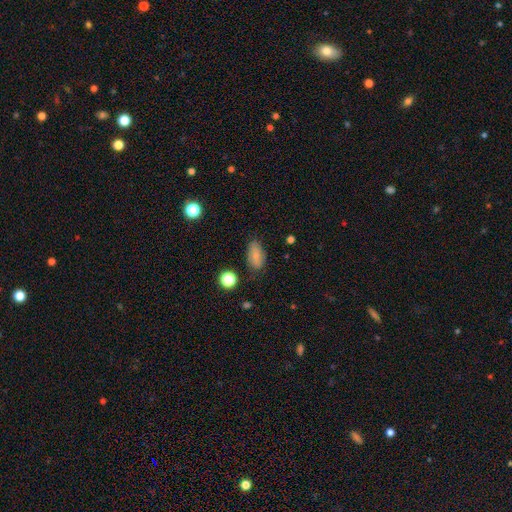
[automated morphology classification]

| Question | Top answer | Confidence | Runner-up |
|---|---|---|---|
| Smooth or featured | smooth | 77% | featured or disk (13%) |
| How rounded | in between | 90% | round (6%) |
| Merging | none | 76% | minor disturbance (18%) |